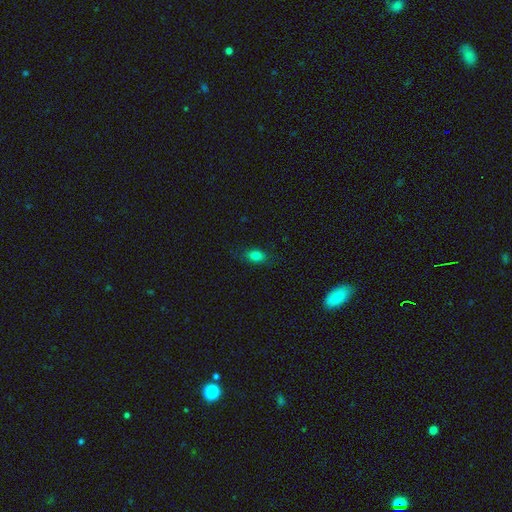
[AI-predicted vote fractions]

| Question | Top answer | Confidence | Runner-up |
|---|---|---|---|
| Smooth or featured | smooth | 81% | star or artifact (11%) |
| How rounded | in between | 83% | round (12%) |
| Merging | none | 80% | minor disturbance (15%) |